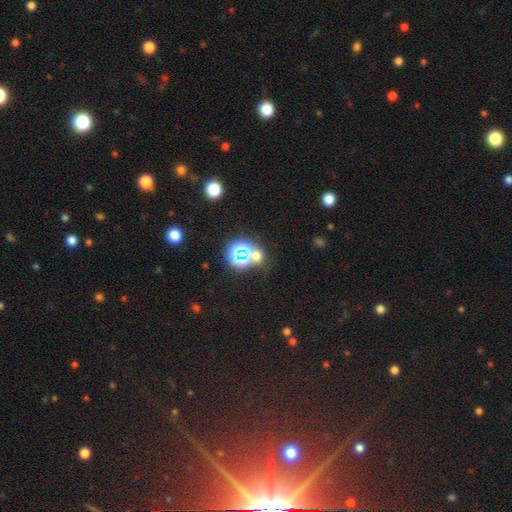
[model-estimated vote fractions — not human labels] smooth_or_featured: star or artifact (p=0.49) [alt: smooth p=0.42]